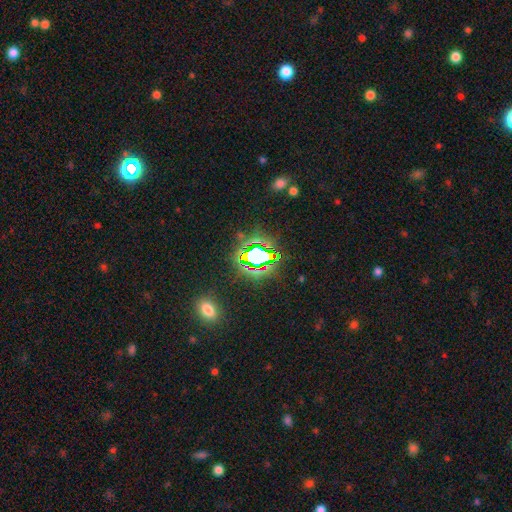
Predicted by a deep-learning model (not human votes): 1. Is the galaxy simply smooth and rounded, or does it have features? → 70% star or artifact, 18% smooth, 12% featured or disk.